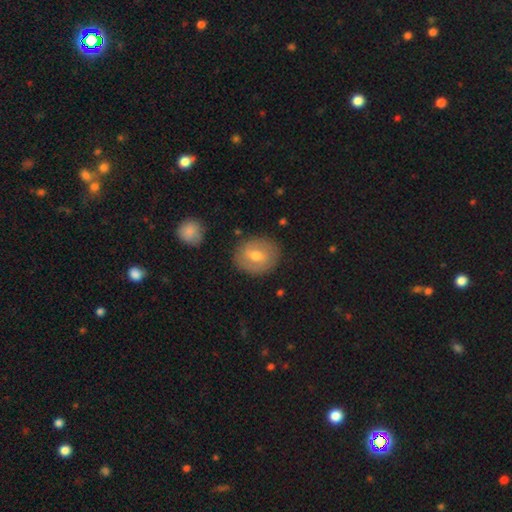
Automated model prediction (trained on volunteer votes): Smooth or featured?
  - smooth: 57% *
  - featured or disk: 36%
  - star or artifact: 8%
How rounded?
  - round: 69% *
  - in between: 30%
  - cigar-shaped: 1%
Merging?
  - none: 84% *
  - minor disturbance: 11%
  - major disturbance: 3%
  - merger: 2%